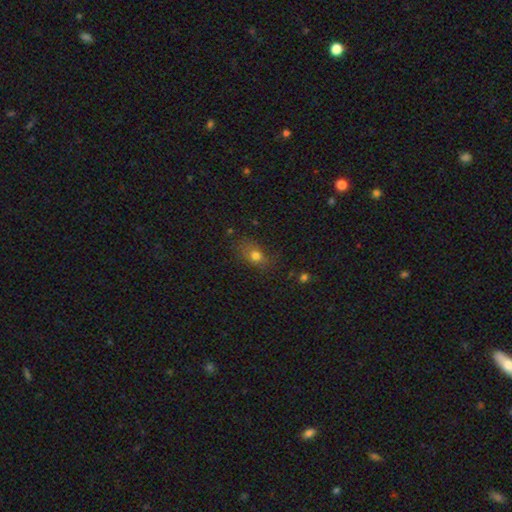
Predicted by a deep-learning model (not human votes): Overall: smooth (74%). How rounded: in between (64%; round 33%). Merging: none (63%; minor disturbance 24%).